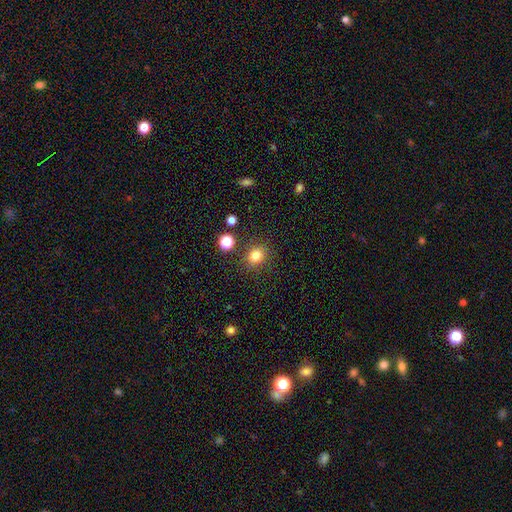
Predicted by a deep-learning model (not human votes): Smooth or featured? smooth (80%)
How rounded? round (72%)
Merging? none (83%)